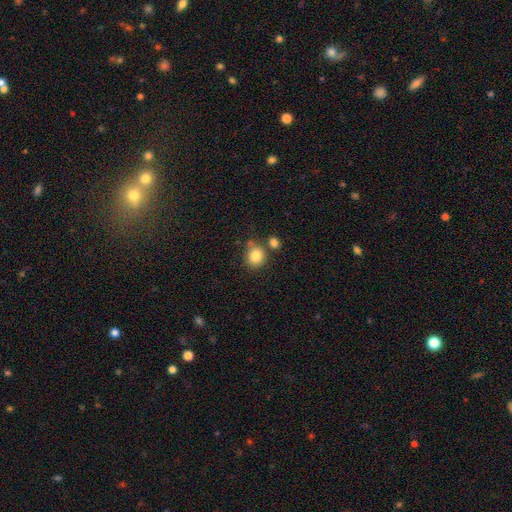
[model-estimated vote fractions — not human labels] Smooth or featured?
  - smooth: 84% *
  - star or artifact: 10%
  - featured or disk: 7%
How rounded?
  - round: 76% *
  - in between: 23%
  - cigar-shaped: 1%
Merging?
  - none: 67% *
  - merger: 16%
  - minor disturbance: 13%
  - major disturbance: 4%